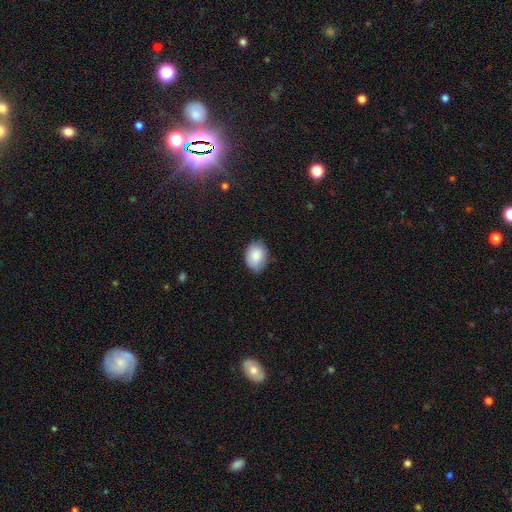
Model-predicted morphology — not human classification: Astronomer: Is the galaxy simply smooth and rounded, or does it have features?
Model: smooth — 84%.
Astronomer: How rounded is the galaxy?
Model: in between — 70%.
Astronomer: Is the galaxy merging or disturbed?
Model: none — 74%.